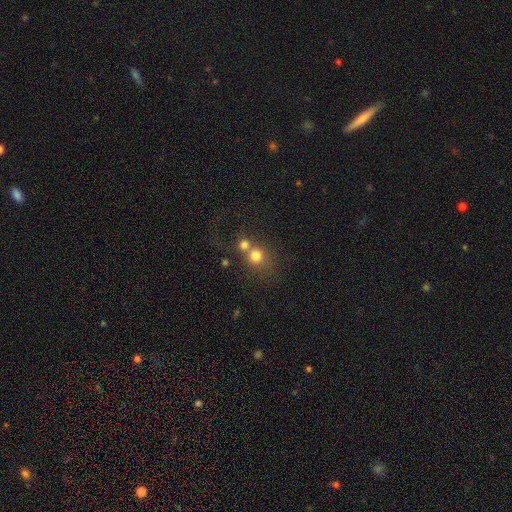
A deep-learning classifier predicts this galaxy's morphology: smooth 74%, star or artifact 14%, featured or disk 12%. Down the decision tree: how rounded — round (86%); merging — merger (52%).